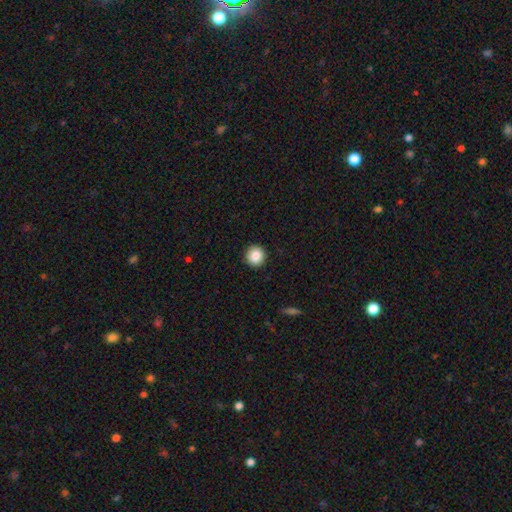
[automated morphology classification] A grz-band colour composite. It shows a smooth galaxy with no disk features (87%) that is round (93%). Merging: none (92%).